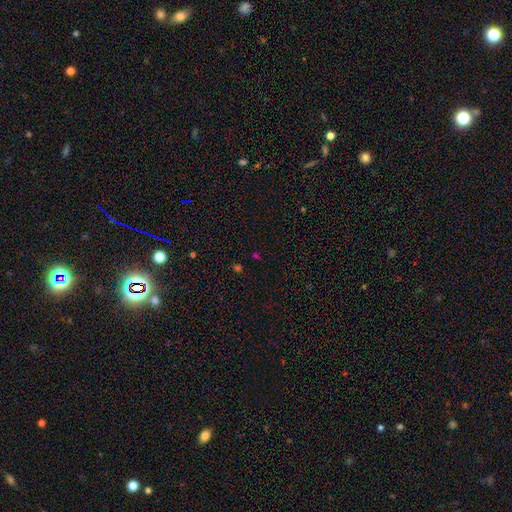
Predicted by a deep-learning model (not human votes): This appears to be a star or artifact, not a galaxy (50%).